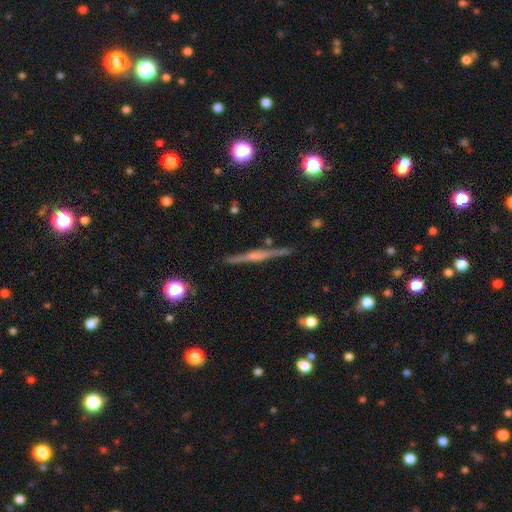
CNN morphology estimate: featured or disk 68%, smooth 18%, star or artifact 14%. Down the decision tree: edge-on disk — yes (96%); edge-on bulge — rounded (71%); merging — none (86%).